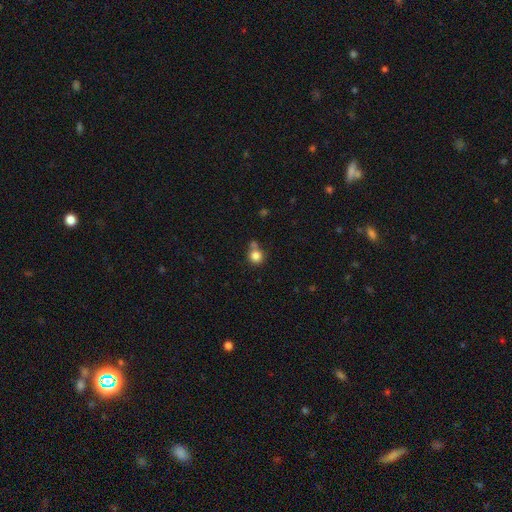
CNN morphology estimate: Smooth or featured?
  - smooth: 82% *
  - star or artifact: 11%
  - featured or disk: 7%
How rounded?
  - round: 88% *
  - in between: 11%
  - cigar-shaped: 1%
Merging?
  - none: 58% *
  - merger: 23%
  - minor disturbance: 14%
  - major disturbance: 5%